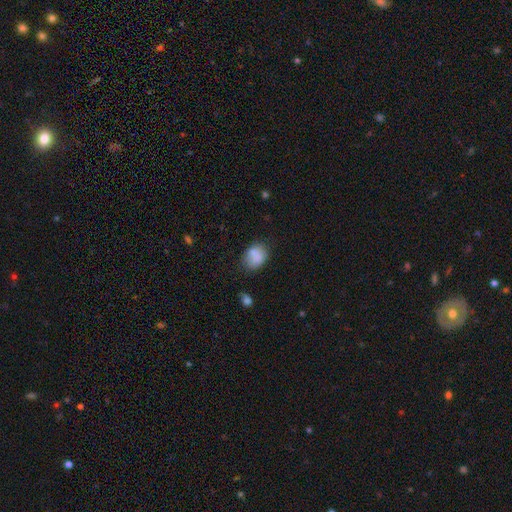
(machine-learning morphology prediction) This is clearly a smooth galaxy (80%). How rounded: likely in between (63%). Merging: likely none (61%).